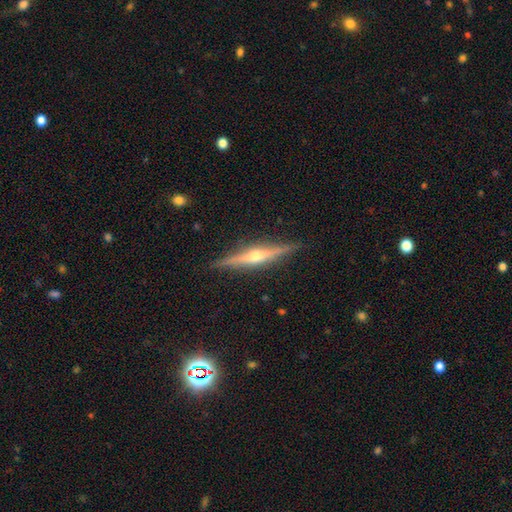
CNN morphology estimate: A featured or disk galaxy (79%) viewed edge-on (98%) with a rounded central bulge (90%). Merging: none (90%).